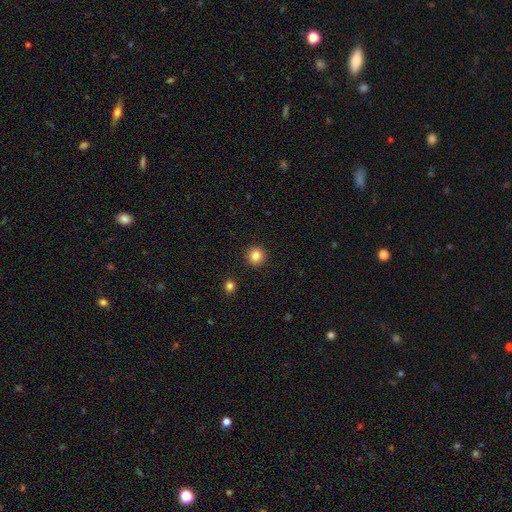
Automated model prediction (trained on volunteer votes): The model was most divided on "smooth or featured": smooth: 84%, star or artifact: 11%, featured or disk: 5%. More confident: how rounded — round (93%); merging — none (92%).